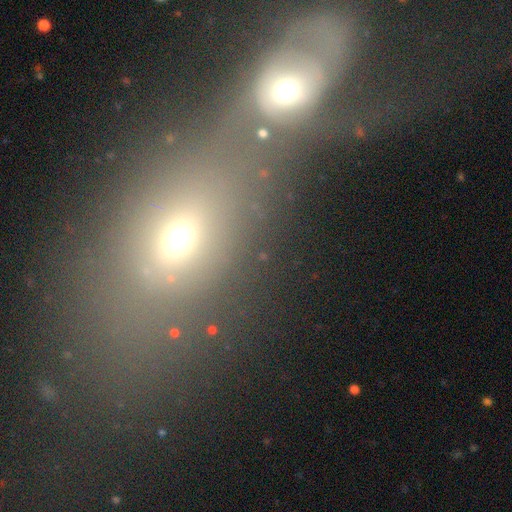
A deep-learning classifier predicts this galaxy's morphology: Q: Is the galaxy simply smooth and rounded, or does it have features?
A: smooth — 52%.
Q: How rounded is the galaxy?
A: in between — 70%.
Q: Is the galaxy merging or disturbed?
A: merger — 66%.